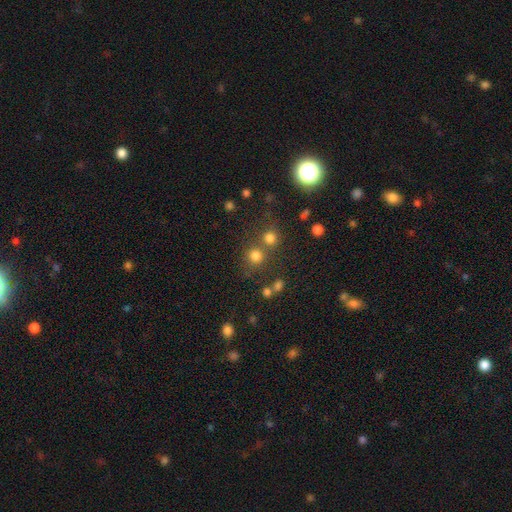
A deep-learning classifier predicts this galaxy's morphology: A smooth galaxy with no disk features (76%) that is round (89%).

Vote fractions:
- Smooth or featured? smooth: 76% / star or artifact: 17% / featured or disk: 7%
- How rounded? round: 89% / in between: 10% / cigar-shaped: 1%
- Merging? none: 61% / merger: 26% / minor disturbance: 8% / major disturbance: 5%